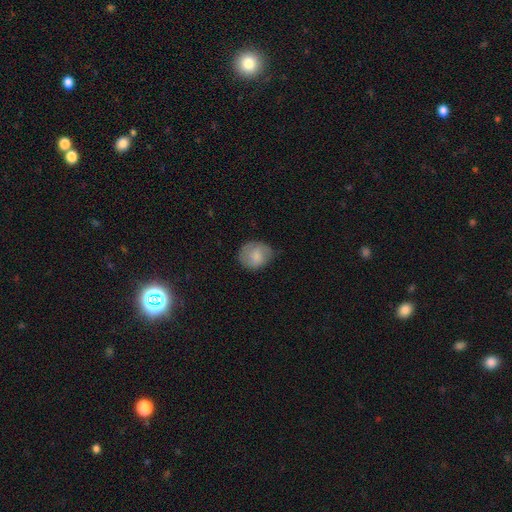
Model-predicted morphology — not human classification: type=smooth (77%); roundness=round (62%); merging=none (62%).